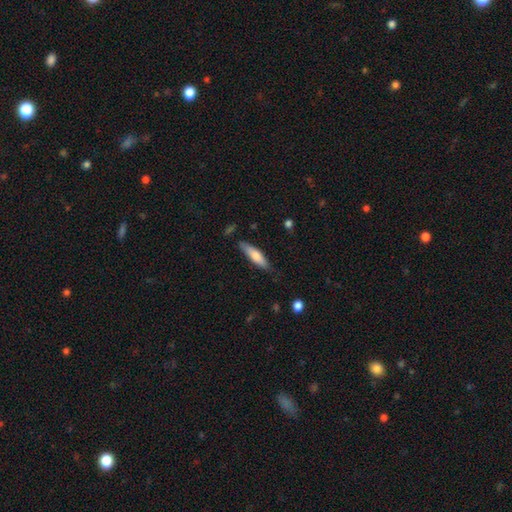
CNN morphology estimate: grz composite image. It shows a smooth galaxy with no disk features (67%) that is cigar-shaped (68%). Merging: none (77%).